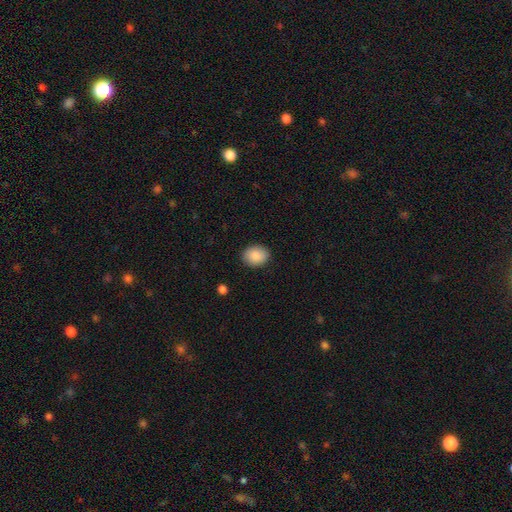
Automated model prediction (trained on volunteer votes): This appears to be a smooth galaxy with no disk features (88%) that is in between round and cigar-shaped (52%). Merging: none (89%).